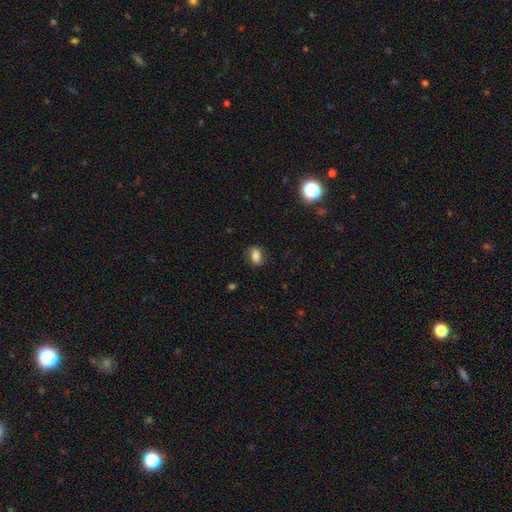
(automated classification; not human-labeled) This appears to be a smooth galaxy with no disk features (80%) that is in between round and cigar-shaped (79%). Merging: none (82%).